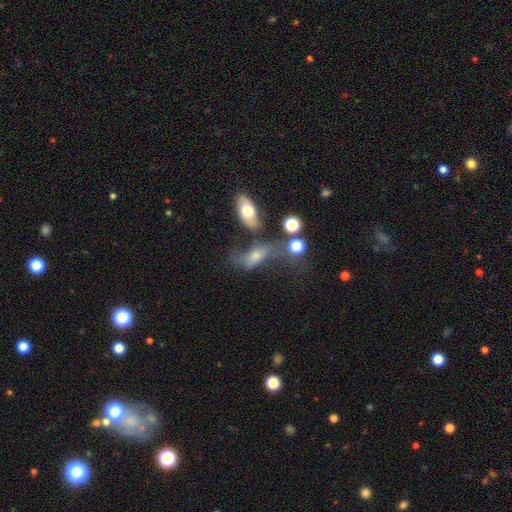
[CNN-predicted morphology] Smooth or featured? Predicted: smooth (p=0.42). Merging? Predicted: none (p=0.34).